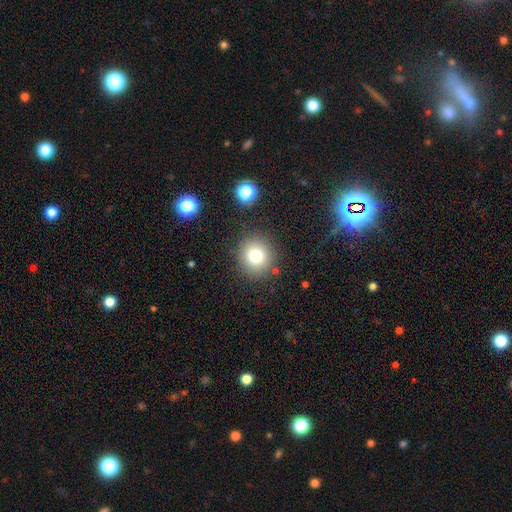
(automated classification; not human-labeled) This is likely a smooth galaxy (76%). How rounded: clearly round (90%). Merging: clearly none (86%).